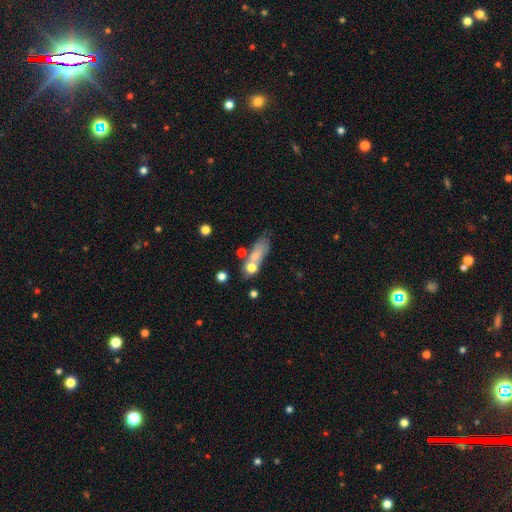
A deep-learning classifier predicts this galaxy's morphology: smooth 65%, featured or disk 24%, star or artifact 11%. Down the decision tree: how rounded — in between (52%); merging — none (42%).